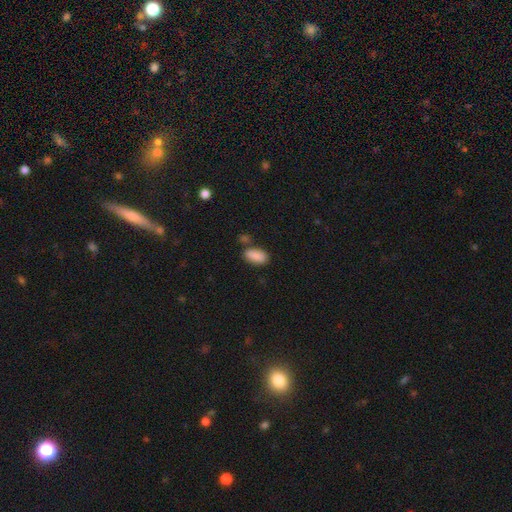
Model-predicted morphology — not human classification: Q: Smooth or featured?
A: smooth (89%); runner-up: star or artifact (7%)
Q: How rounded?
A: in between (94%); runner-up: cigar-shaped (3%)
Q: Merging?
A: none (71%); runner-up: minor disturbance (14%)